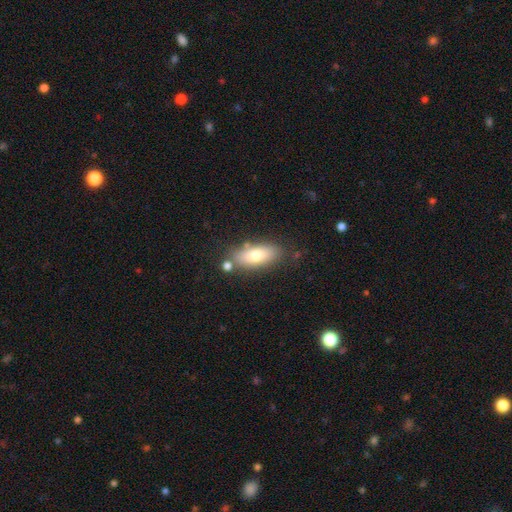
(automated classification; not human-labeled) smooth 72%, featured or disk 20%, star or artifact 7%. Down the decision tree: how rounded — in between (78%); merging — none (75%).